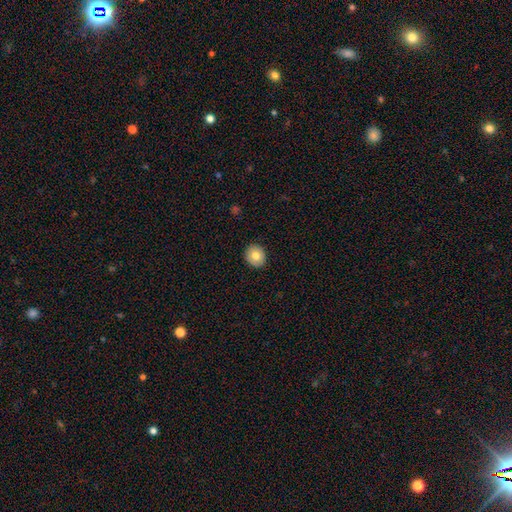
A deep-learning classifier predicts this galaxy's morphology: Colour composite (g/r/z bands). It shows a smooth galaxy with no disk features (77%) that is round (80%). Merging: none (91%).